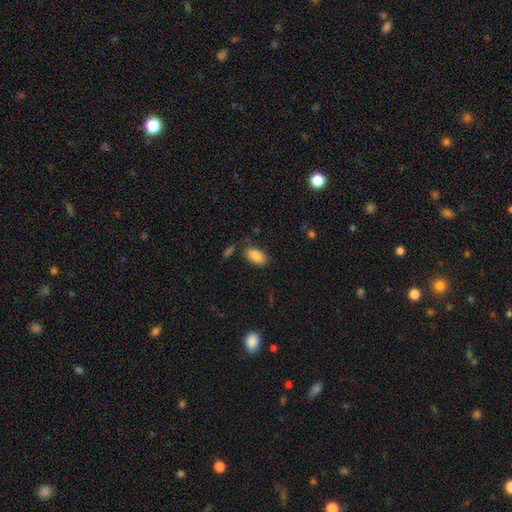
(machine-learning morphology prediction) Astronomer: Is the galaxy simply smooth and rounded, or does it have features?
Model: smooth — 87%.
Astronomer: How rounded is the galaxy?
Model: in between — 92%.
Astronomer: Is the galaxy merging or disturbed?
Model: none — 76%.